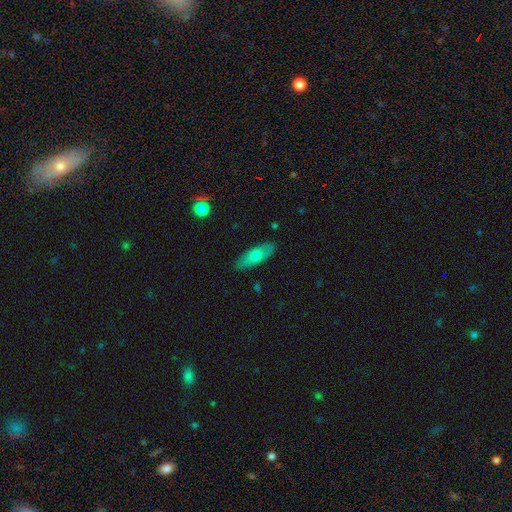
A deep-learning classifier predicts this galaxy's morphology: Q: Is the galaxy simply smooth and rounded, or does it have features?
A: smooth — 68%.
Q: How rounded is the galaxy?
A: in between — 71%.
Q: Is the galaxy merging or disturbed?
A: none — 85%.